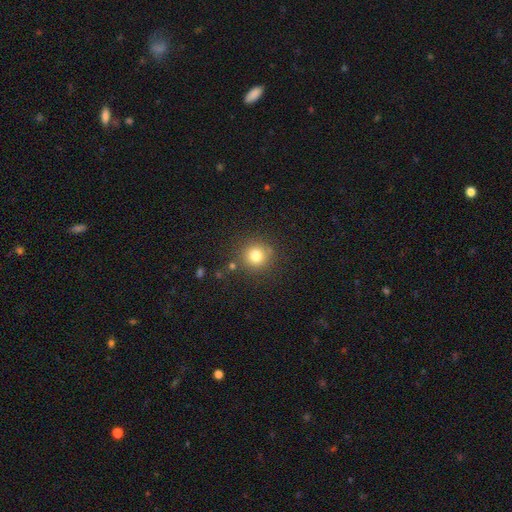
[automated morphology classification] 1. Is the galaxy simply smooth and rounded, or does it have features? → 78% smooth, 14% star or artifact, 8% featured or disk.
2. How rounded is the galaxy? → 94% round, 5% in between, 1% cigar-shaped.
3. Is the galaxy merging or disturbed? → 84% none, 8% minor disturbance, 5% merger, 3% major disturbance.